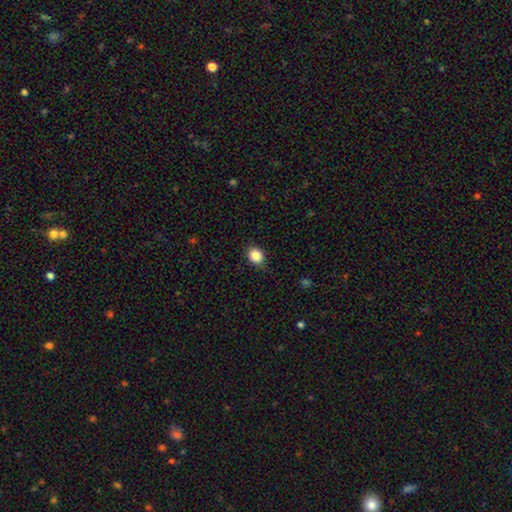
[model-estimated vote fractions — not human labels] Overall: smooth (86%). How rounded: round (56%; in between 43%). Merging: none (82%).